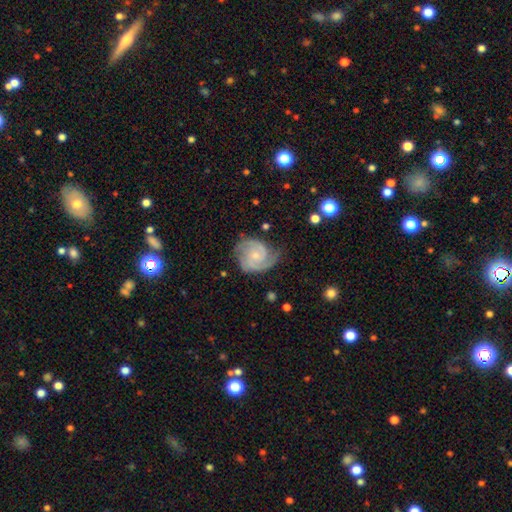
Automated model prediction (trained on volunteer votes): smooth-or-featured: featured or disk: 87% | smooth: 8% | star or artifact: 5%
  disk-edge-on: no: 98% | yes: 2%
    bar: no: 65% | weak: 31% | strong: 5%
    has-spiral-arms: yes: 98% | no: 2%
      spiral-winding: tight: 50% | medium: 42% | loose: 8%
      spiral-arm-count: 2: 63% | 3: 20% | can't tell: 8% | 1: 3% | 4: 3% | more than 4: 3%
    bulge-size: small: 65% | moderate: 27% | none: 6% | large: 1% | dominant: 1%
  merging: none: 71% | minor disturbance: 20% | major disturbance: 7% | merger: 1%